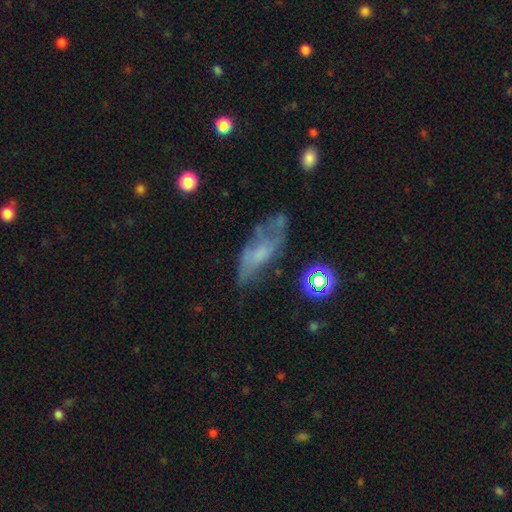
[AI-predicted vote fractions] This is possibly a featured or disk galaxy (48%). Merging: possibly none (47%).